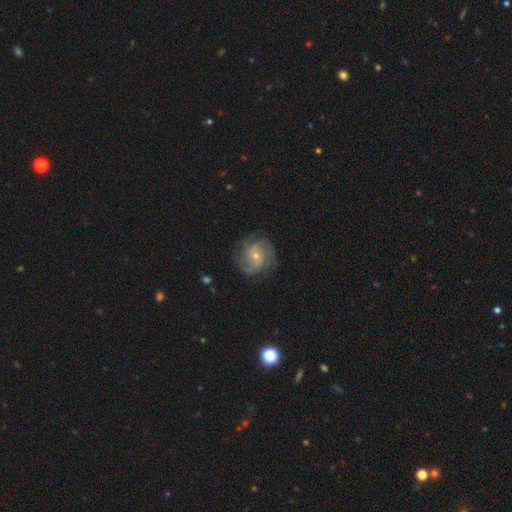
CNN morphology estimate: type=featured or disk (80%); edge-on=no (98%); bar=no (65%); spiral arms=yes (95%); winding=tight (48%); arm count=3 (30%); bulge=small (68%); merging=none (79%).